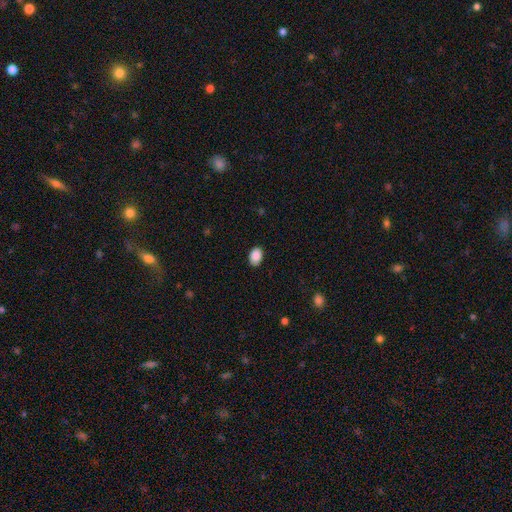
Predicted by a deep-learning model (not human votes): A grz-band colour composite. It shows a smooth galaxy with no disk features (90%) that is in between round and cigar-shaped (83%). Merging: none (87%).